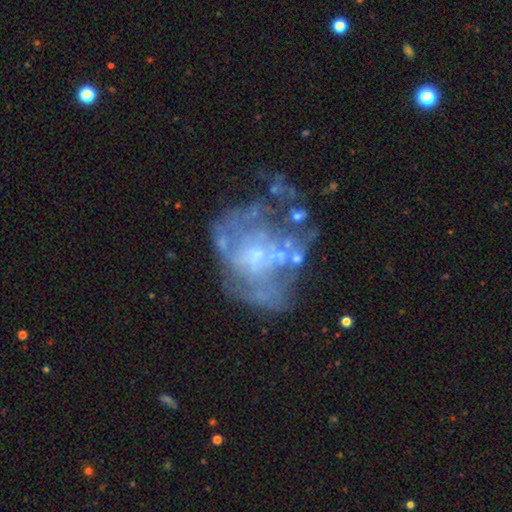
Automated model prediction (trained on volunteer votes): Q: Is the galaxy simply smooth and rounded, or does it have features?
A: featured or disk — 73%.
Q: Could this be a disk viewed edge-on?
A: no — 98%.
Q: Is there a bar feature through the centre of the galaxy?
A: no — 82%.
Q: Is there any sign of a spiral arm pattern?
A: no — 68%.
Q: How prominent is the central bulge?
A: small — 52%.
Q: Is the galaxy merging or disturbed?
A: none — 39%.